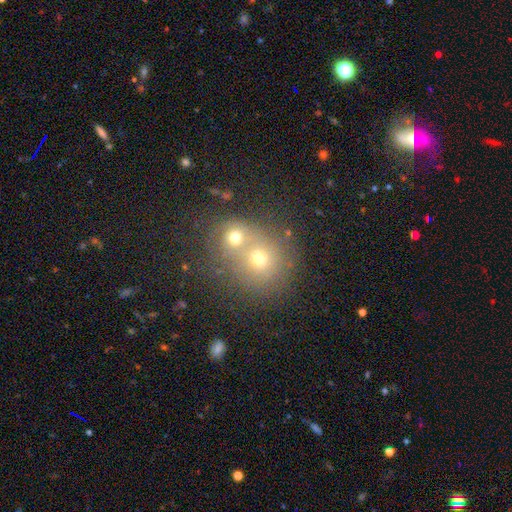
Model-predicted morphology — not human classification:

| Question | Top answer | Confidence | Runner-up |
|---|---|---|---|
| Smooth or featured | smooth | 58% | star or artifact (23%) |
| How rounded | round | 80% | in between (19%) |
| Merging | merger | 57% | none (34%) |